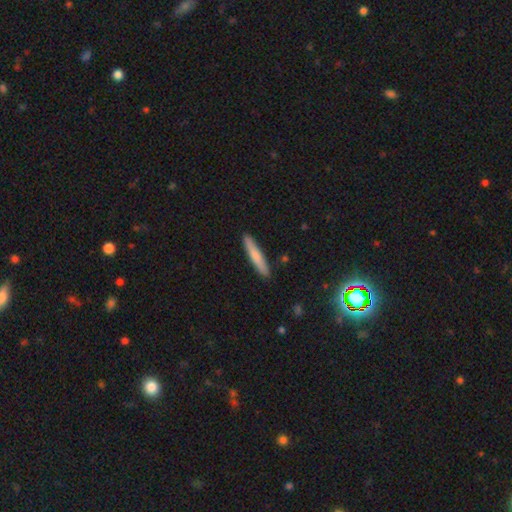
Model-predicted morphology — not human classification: This appears to be a smooth galaxy with no disk features (73%) that is cigar-shaped (93%). Merging: none (90%).